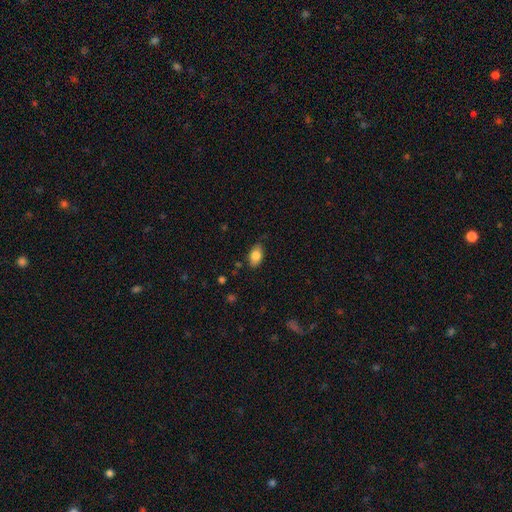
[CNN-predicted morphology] type=smooth (83%); roundness=in between (90%); merging=none (77%).